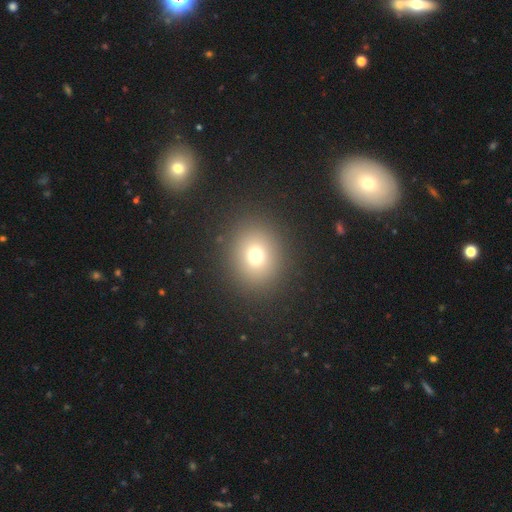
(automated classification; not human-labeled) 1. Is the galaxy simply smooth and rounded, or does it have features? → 72% smooth, 18% star or artifact, 10% featured or disk.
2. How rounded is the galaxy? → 74% round, 25% in between, 1% cigar-shaped.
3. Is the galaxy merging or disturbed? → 89% none, 6% minor disturbance, 4% major disturbance, 1% merger.